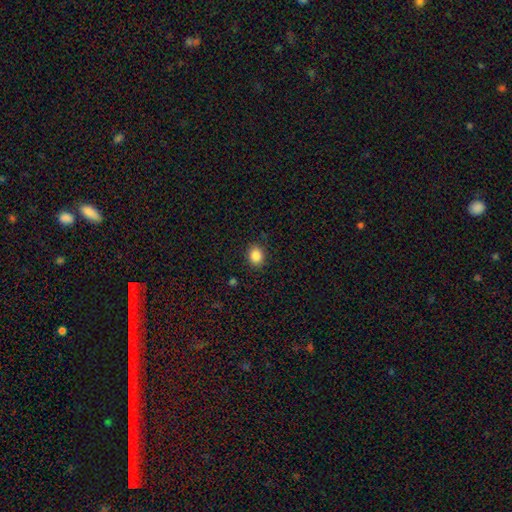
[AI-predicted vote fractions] This is clearly a smooth galaxy (86%). How rounded: likely round (60%). Merging: clearly none (88%).